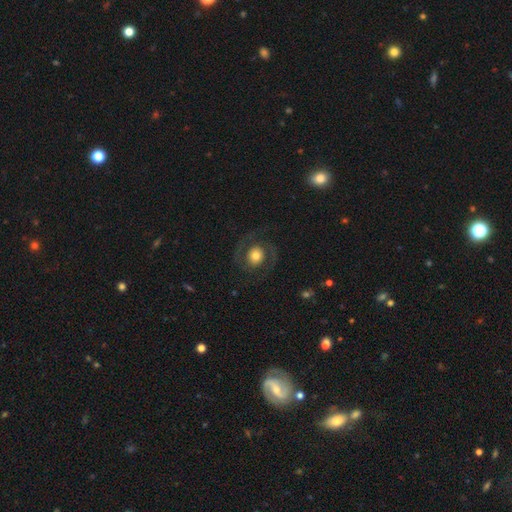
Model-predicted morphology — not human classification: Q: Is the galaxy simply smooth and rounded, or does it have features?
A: featured or disk — 61%.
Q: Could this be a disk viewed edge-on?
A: no — 97%.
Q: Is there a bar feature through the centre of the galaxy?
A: no — 74%.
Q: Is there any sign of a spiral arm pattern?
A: yes — 75%.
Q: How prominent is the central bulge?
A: moderate — 57%.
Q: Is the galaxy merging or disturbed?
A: none — 78%.